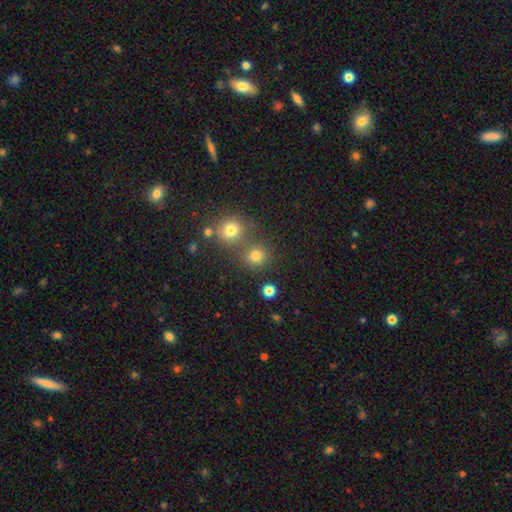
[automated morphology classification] This is likely a smooth galaxy (76%). How rounded: clearly round (90%). Merging: likely none (69%).